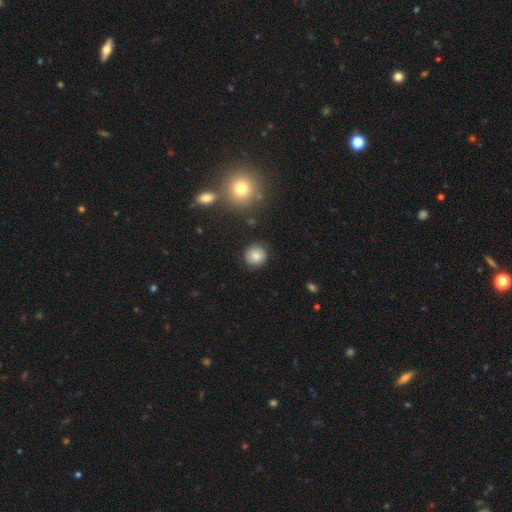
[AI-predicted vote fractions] Smooth or featured: smooth — 79% (featured or disk — 11%)
How rounded: round — 91% (in between — 8%)
Merging: none — 87% (minor disturbance — 9%)